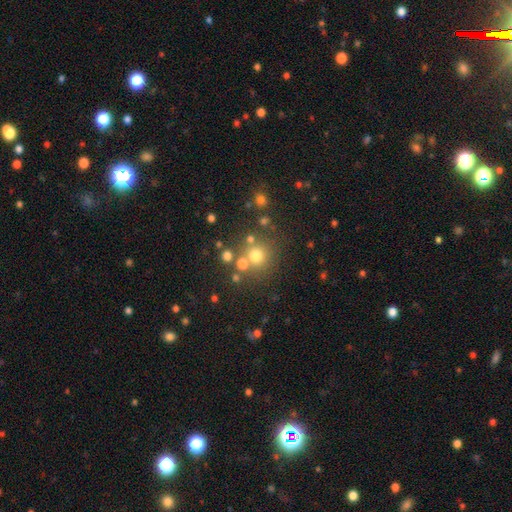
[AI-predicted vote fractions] Smooth or featured? smooth (71%)
How rounded? round (92%)
Merging? none (73%)